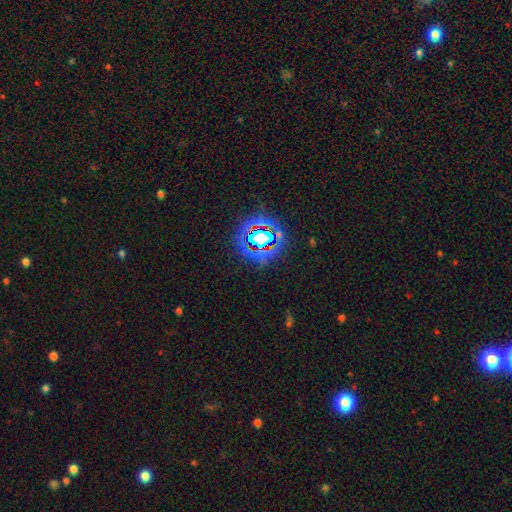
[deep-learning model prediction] The model was most divided on "smooth or featured": star or artifact: 69%, smooth: 21%, featured or disk: 11%.